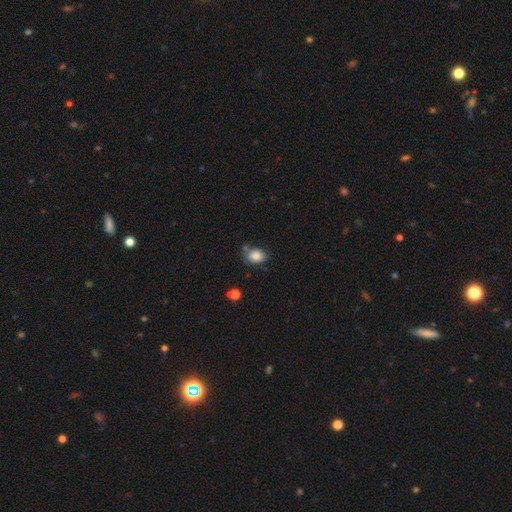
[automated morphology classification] A smooth galaxy with no disk features (85%) that is in between round and cigar-shaped (62%). Merging: none (65%).